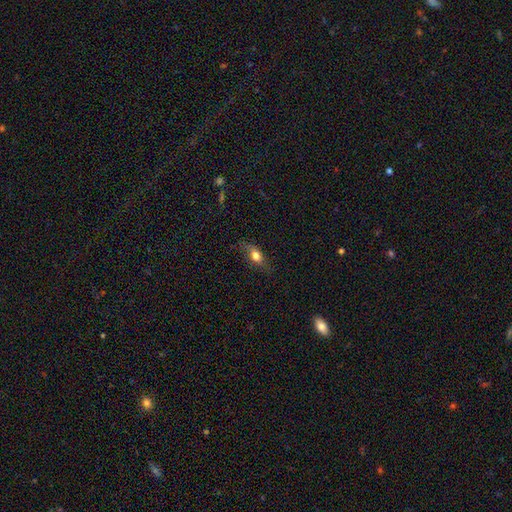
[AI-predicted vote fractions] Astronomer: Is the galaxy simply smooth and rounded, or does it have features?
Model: smooth — 68%.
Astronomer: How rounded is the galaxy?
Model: in between — 72%.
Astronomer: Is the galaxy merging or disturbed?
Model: none — 70%.